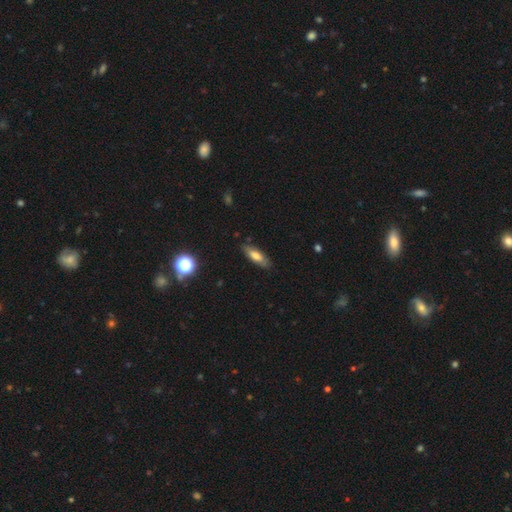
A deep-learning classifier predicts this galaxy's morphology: A smooth galaxy with no disk features (67%) that is in between round and cigar-shaped (56%). Merging: none (83%).